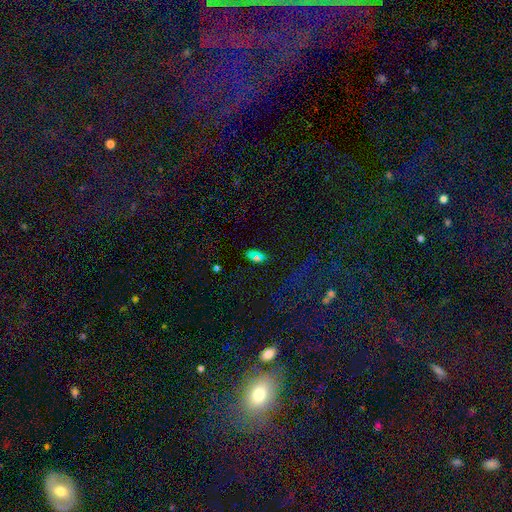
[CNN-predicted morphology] Overall: smooth (65%). How rounded: in between (90%). Merging: none (77%).